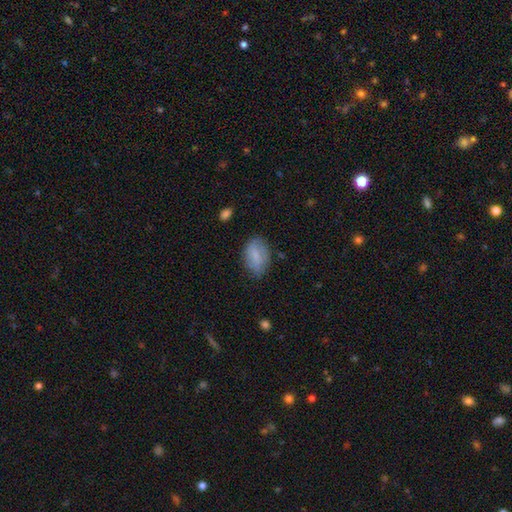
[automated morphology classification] Overall: smooth (77%). How rounded: in between (89%). Merging: none (69%).